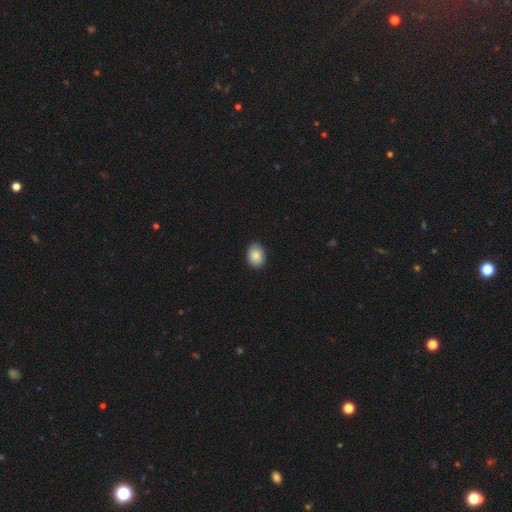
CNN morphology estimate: Q: Smooth or featured?
A: smooth (88%); runner-up: star or artifact (7%)
Q: How rounded?
A: in between (67%); runner-up: round (32%)
Q: Merging?
A: none (89%); runner-up: minor disturbance (8%)